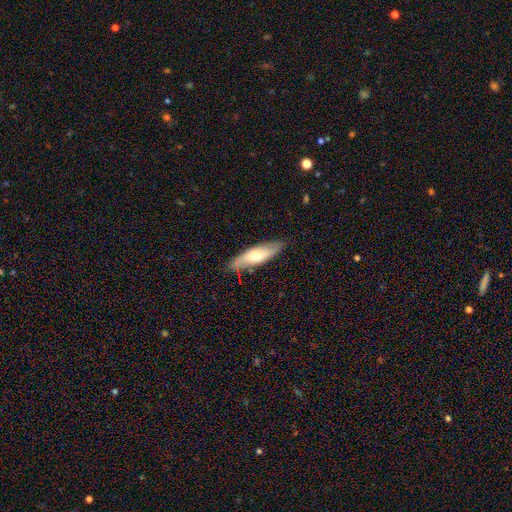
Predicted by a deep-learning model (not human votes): Smooth or featured?
  - smooth: 54% *
  - featured or disk: 39%
  - star or artifact: 6%
How rounded?
  - in between: 52% *
  - cigar-shaped: 46%
  - round: 2%
Merging?
  - none: 79% *
  - minor disturbance: 16%
  - major disturbance: 3%
  - merger: 2%